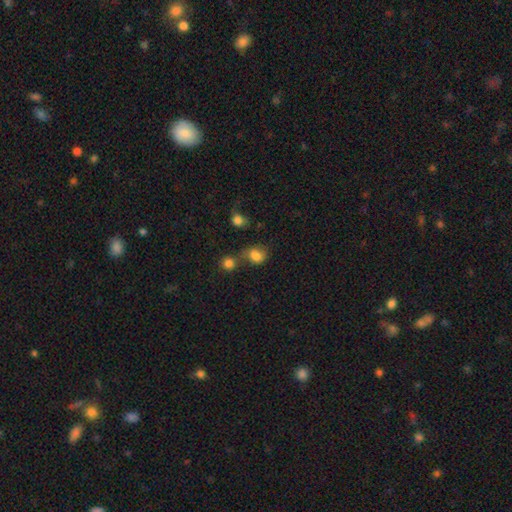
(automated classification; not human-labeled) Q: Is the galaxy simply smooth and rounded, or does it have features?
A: smooth — 79%.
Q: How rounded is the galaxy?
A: in between — 50%.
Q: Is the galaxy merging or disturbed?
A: none — 40%.